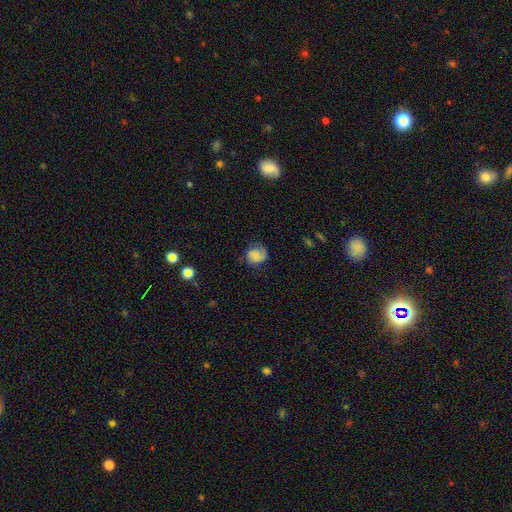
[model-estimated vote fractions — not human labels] Overall: smooth (53%; featured or disk 38%). How rounded: round (75%). Merging: none (68%).